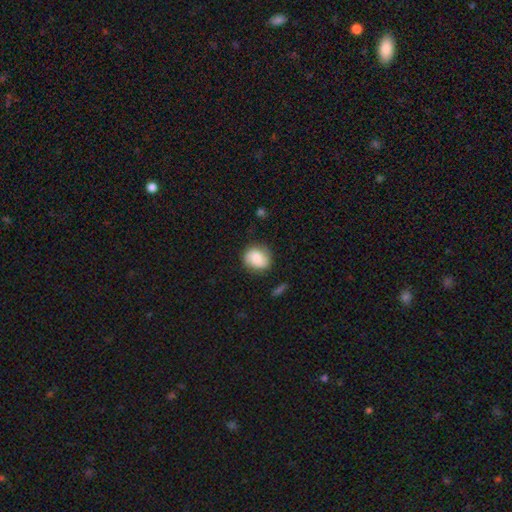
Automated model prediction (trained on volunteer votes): The model was most divided on "how rounded": round: 70%, in between: 29%, cigar-shaped: 1%. More confident: merging — none (79%); smooth or featured — smooth (70%).